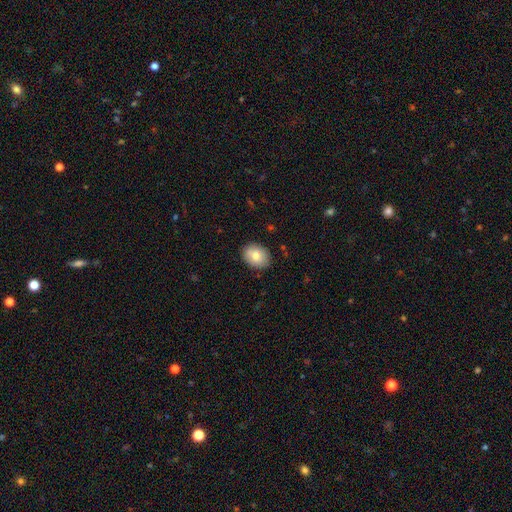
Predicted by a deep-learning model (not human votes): Smooth or featured? smooth (81%)
How rounded? in between (60%)
Merging? none (87%)